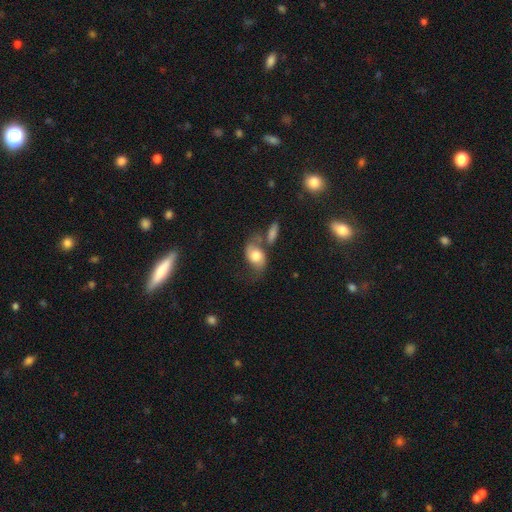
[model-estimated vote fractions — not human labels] smooth_or_featured: smooth (p=0.50) [alt: featured or disk p=0.42]
how_rounded: in between (p=0.82) [alt: round p=0.16]
merging: none (p=0.37) [alt: merger p=0.24]